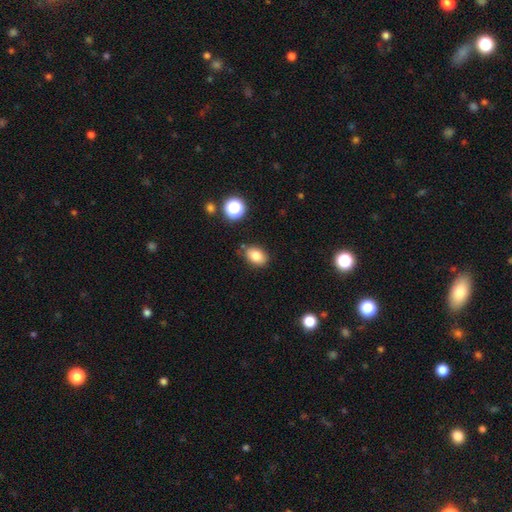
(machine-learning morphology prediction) Smooth or featured: smooth — 82% (star or artifact — 10%)
How rounded: in between — 81% (round — 18%)
Merging: none — 78% (minor disturbance — 15%)